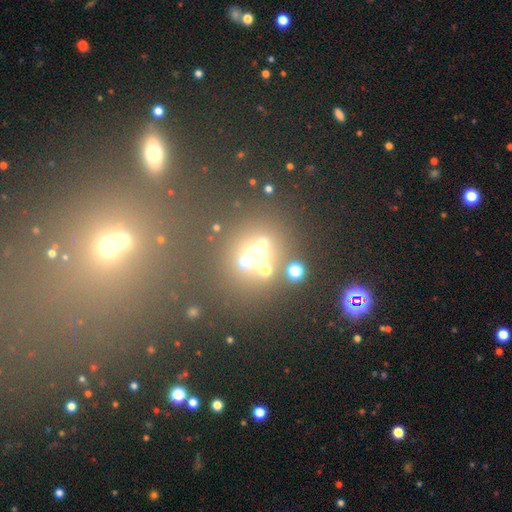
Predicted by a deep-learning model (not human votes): Overall: smooth (45%; star or artifact 42%). Merging: none (67%).